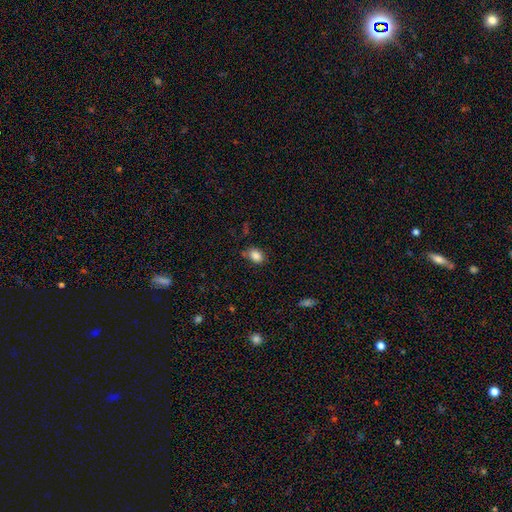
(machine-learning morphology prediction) Overall: smooth (85%). How rounded: in between (74%). Merging: none (72%).